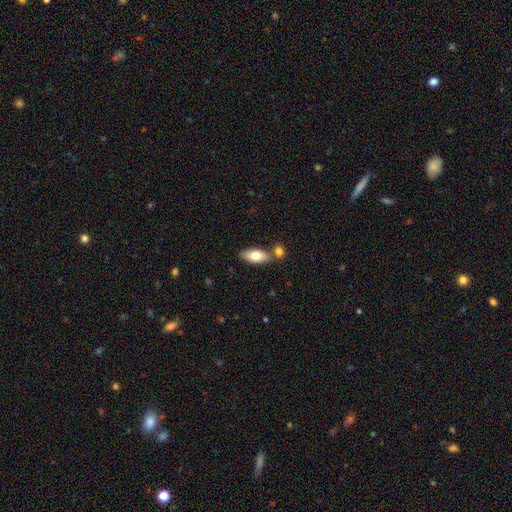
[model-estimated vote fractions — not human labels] Smooth or featured: smooth — 75% (featured or disk — 18%)
How rounded: in between — 86% (cigar-shaped — 11%)
Merging: none — 64% (merger — 22%)